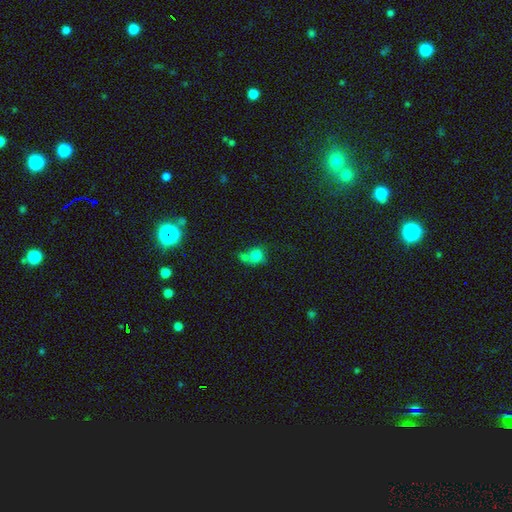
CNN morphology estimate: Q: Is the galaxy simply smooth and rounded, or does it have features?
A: smooth — 78%.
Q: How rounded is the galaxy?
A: round — 74%.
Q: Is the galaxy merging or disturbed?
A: merger — 47%.